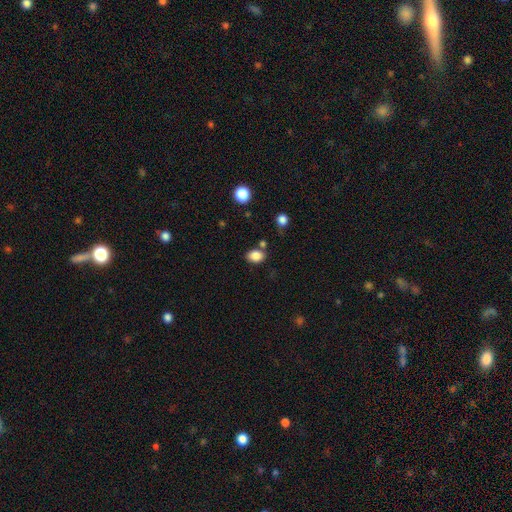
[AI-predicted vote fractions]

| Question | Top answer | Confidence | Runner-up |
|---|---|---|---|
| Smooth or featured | smooth | 85% | star or artifact (10%) |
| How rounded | in between | 71% | round (28%) |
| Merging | none | 74% | minor disturbance (14%) |